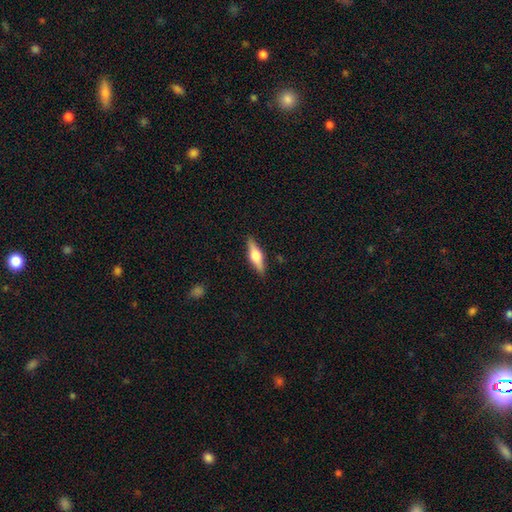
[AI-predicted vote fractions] Smooth or featured: featured or disk — 54% (smooth — 40%)
Edge-on disk: yes — 95% (no — 5%)
Edge-on bulge: rounded — 92% (boxy — 6%)
Merging: none — 89% (minor disturbance — 8%)